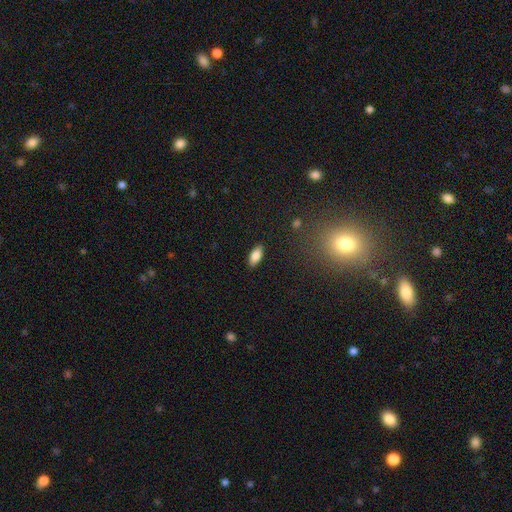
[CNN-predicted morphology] Smooth or featured: smooth — 82% (featured or disk — 11%)
How rounded: in between — 86% (cigar-shaped — 12%)
Merging: none — 88% (minor disturbance — 9%)